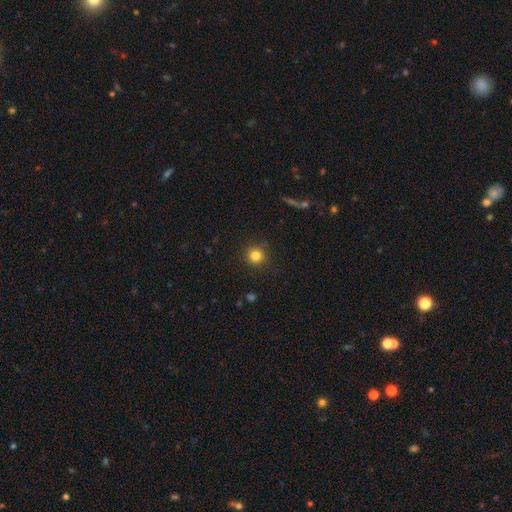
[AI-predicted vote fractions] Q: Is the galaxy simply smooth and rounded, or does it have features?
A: smooth — 82%.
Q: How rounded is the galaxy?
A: round — 95%.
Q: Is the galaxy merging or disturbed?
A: none — 90%.